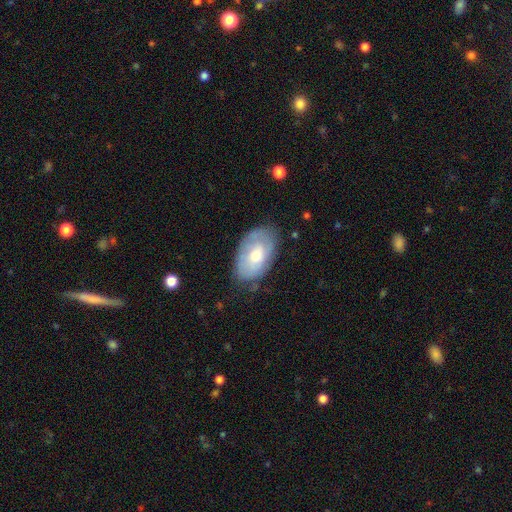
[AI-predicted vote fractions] Overall: smooth (50%; featured or disk 44%). Merging: none (70%).